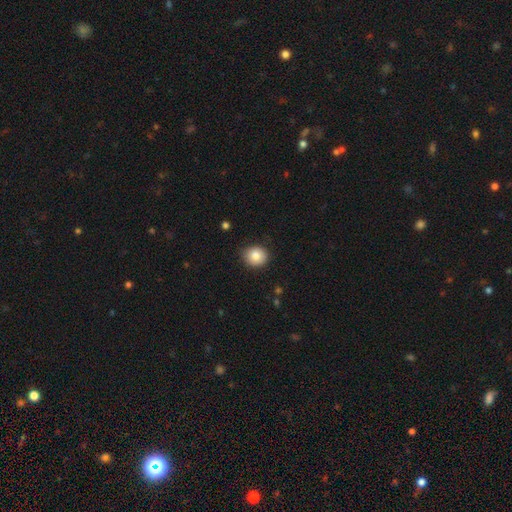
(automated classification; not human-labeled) Smooth or featured? smooth (85%)
How rounded? round (80%)
Merging? none (81%)